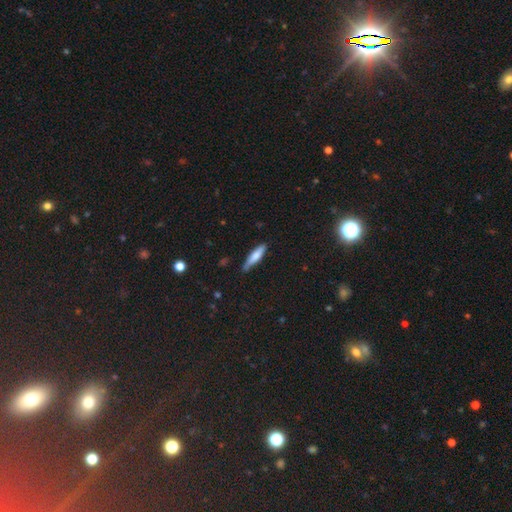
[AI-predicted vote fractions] The model was most divided on "smooth or featured": smooth: 67%, featured or disk: 27%, star or artifact: 6%. More confident: merging — none (79%); how rounded — cigar-shaped (77%).